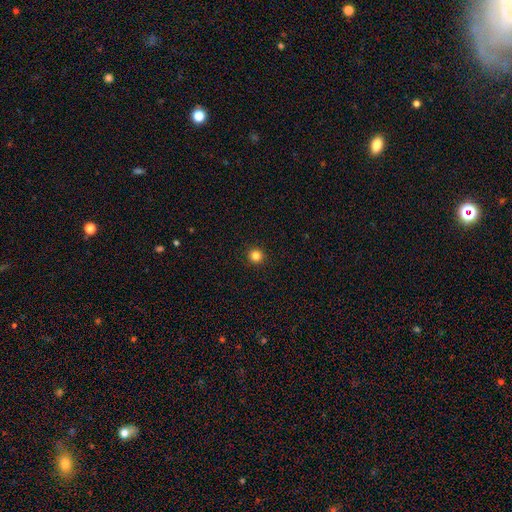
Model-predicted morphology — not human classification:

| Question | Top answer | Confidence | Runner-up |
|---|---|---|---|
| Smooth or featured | smooth | 84% | star or artifact (12%) |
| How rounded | round | 95% | in between (4%) |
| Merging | none | 93% | minor disturbance (4%) |